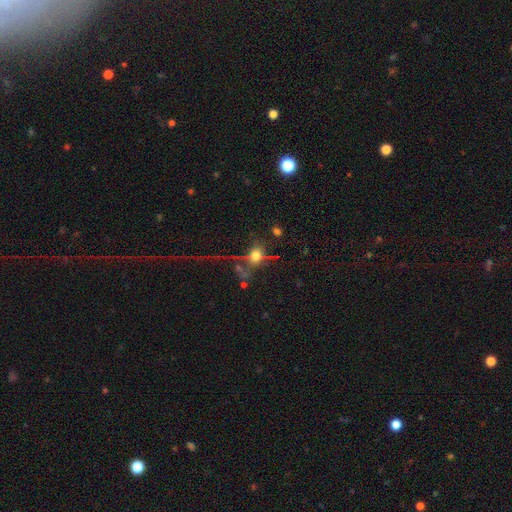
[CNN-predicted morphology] Smooth or featured? Predicted: smooth (p=0.48). Merging? Predicted: none (p=0.52).